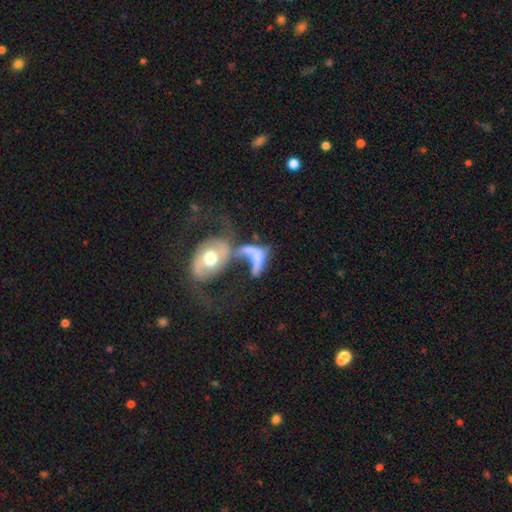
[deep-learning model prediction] Smooth or featured? Predicted: featured or disk (p=0.54). Edge-on disk? Predicted: no (p=0.89). Merging? Predicted: merger (p=0.61).